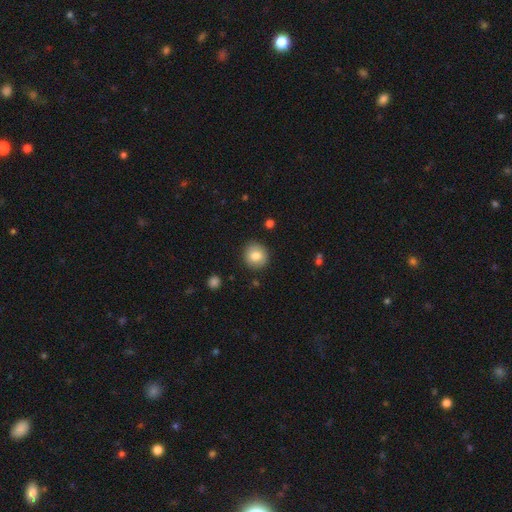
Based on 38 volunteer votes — Smooth or featured: smooth — 89% (featured or disk — 5%)
How rounded: round — 97% (in between — 3%)
Merging: none — 92% (minor disturbance — 8%)